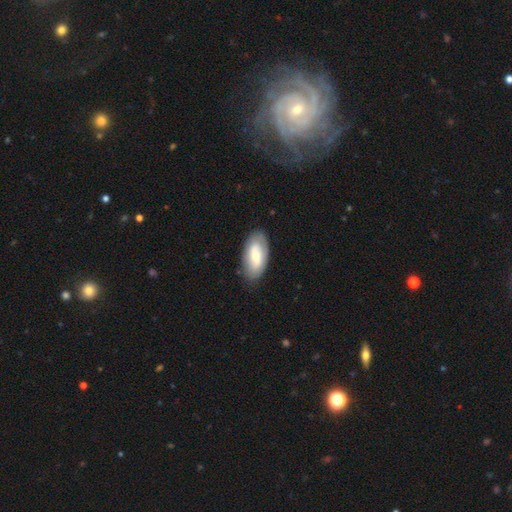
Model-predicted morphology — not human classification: Smooth or featured: smooth — 54% (featured or disk — 40%)
How rounded: in between — 93% (cigar-shaped — 4%)
Merging: none — 81% (minor disturbance — 14%)